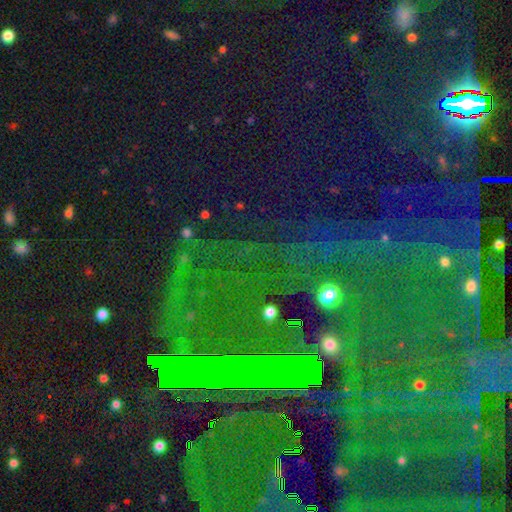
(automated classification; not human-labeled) Q: Smooth or featured?
A: star or artifact (83%); runner-up: smooth (9%)